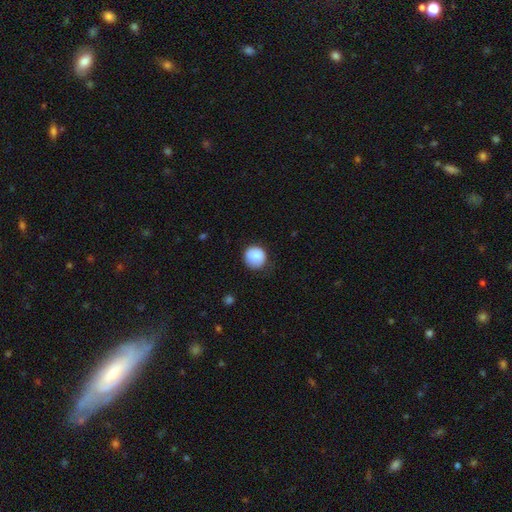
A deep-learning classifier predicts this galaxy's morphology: Smooth or featured: smooth — 86% (star or artifact — 8%)
How rounded: round — 92% (in between — 7%)
Merging: none — 75% (minor disturbance — 19%)